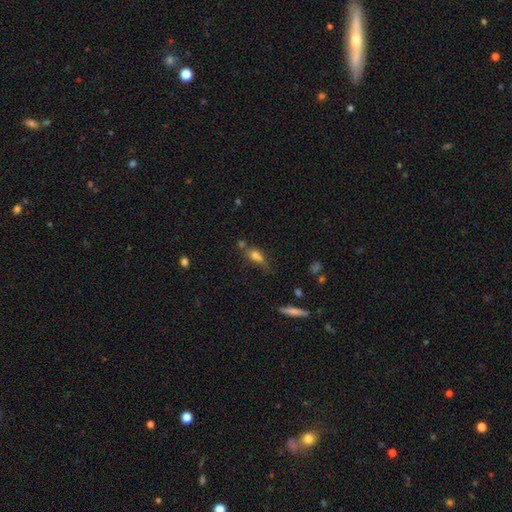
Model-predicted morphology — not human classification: The model was most divided on "merging": none: 39%, merger: 29%, minor disturbance: 21%, major disturbance: 12%. More confident: smooth or featured — smooth (70%); how rounded — in between (69%).